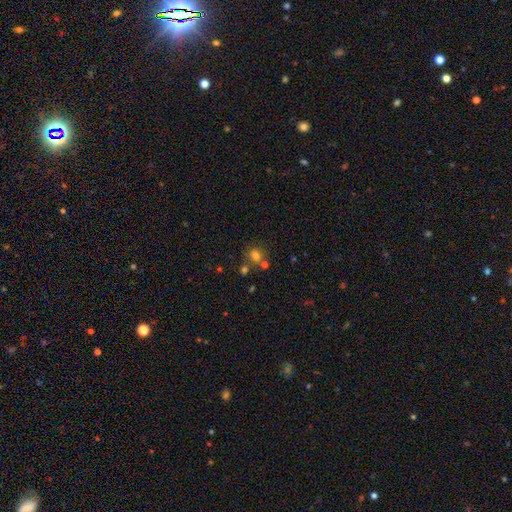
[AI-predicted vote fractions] Morphology: type=smooth (72%); roundness=round (79%); merging=none (64%).